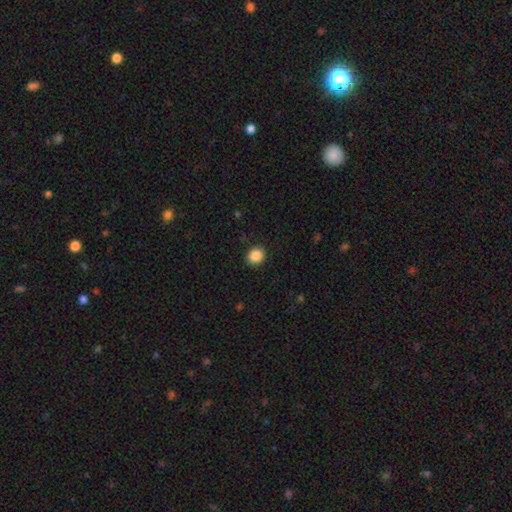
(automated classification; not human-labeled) Q: Smooth or featured?
A: smooth (88%); runner-up: star or artifact (9%)
Q: How rounded?
A: round (73%); runner-up: in between (26%)
Q: Merging?
A: none (90%); runner-up: minor disturbance (7%)